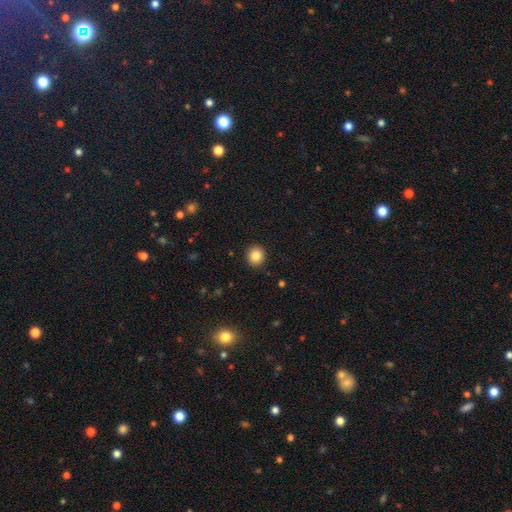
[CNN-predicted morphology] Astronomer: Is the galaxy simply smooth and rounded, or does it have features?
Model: smooth — 84%.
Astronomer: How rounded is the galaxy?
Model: round — 88%.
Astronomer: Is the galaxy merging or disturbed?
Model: none — 92%.